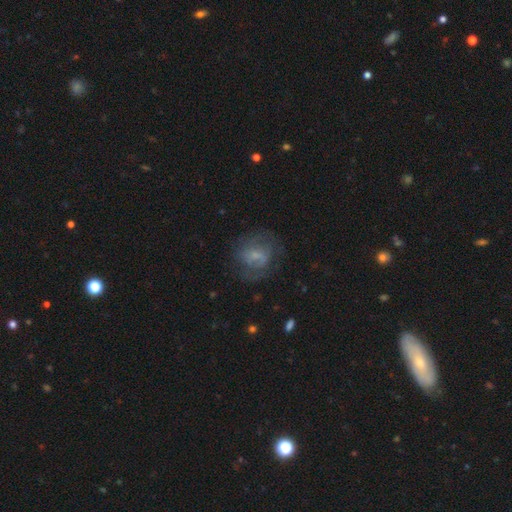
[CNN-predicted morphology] The model was most divided on "smooth or featured": featured or disk: 49%, smooth: 40%, star or artifact: 11%. More confident: merging — none (59%).